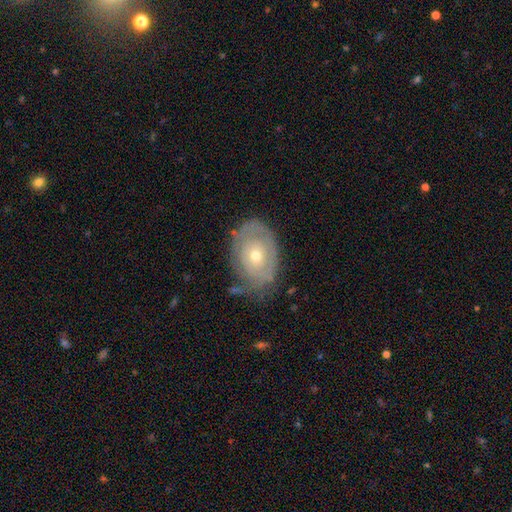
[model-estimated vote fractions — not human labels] Smooth or featured? featured or disk (60%)
Edge-on disk? no (93%)
Bar? no (87%)
Spiral arms? no (51%)
Bulge size? small (52%)
Merging? none (64%)